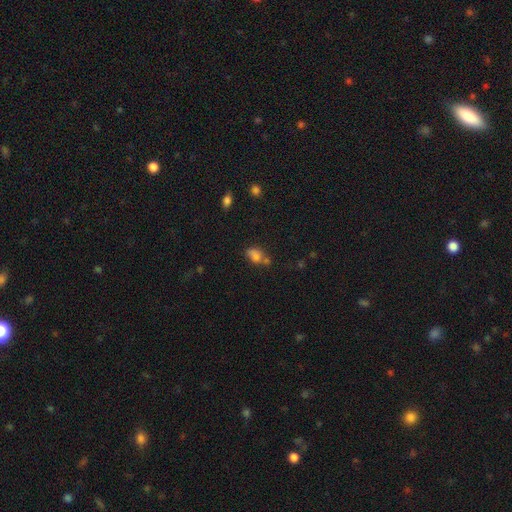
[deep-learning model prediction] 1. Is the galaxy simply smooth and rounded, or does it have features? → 74% smooth, 14% star or artifact, 12% featured or disk.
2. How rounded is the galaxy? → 76% in between, 21% round, 3% cigar-shaped.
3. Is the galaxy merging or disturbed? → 39% none, 32% merger, 20% minor disturbance, 9% major disturbance.